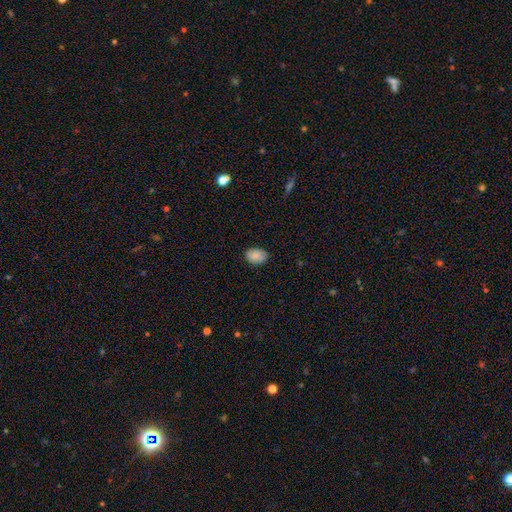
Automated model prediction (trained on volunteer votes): Smooth or featured? Predicted: smooth (p=0.87). How rounded? Predicted: in between (p=0.79). Merging? Predicted: none (p=0.85).